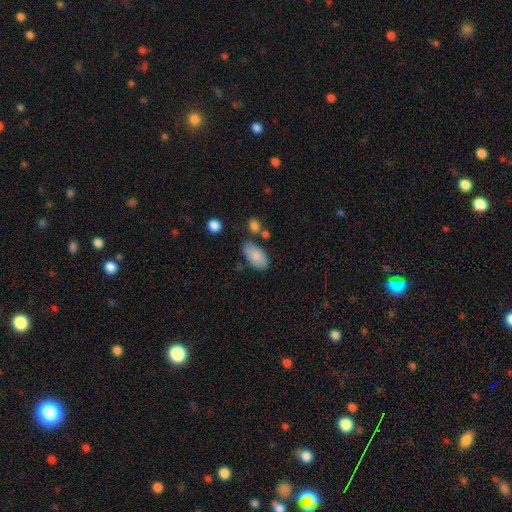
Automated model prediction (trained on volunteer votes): A smooth galaxy with no disk features (81%) that is in between round and cigar-shaped (94%). Merging: none (67%).